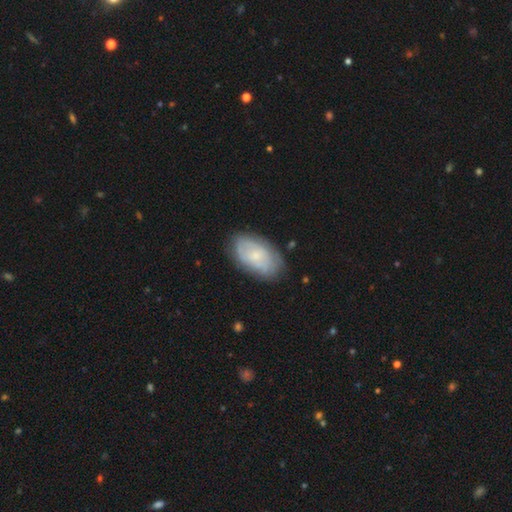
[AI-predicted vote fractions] This appears to be a smooth galaxy with no disk features (48%). Merging: none (74%).